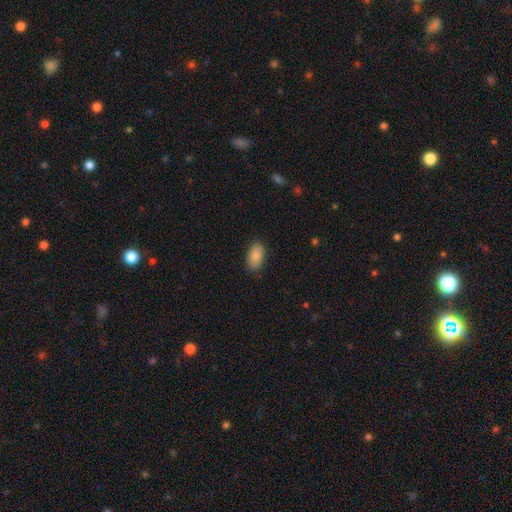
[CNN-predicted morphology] Smooth or featured? Predicted: smooth (p=0.87). How rounded? Predicted: in between (p=0.93). Merging? Predicted: none (p=0.86).